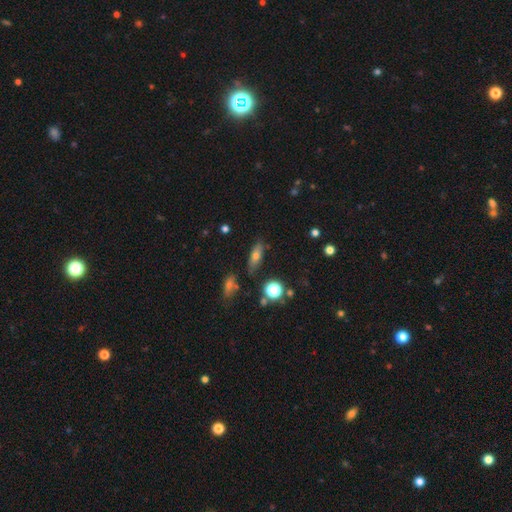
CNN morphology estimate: Smooth or featured?
  - smooth: 63% *
  - featured or disk: 23%
  - star or artifact: 14%
How rounded?
  - in between: 59% *
  - cigar-shaped: 34%
  - round: 7%
Merging?
  - none: 79% *
  - minor disturbance: 14%
  - major disturbance: 4%
  - merger: 4%